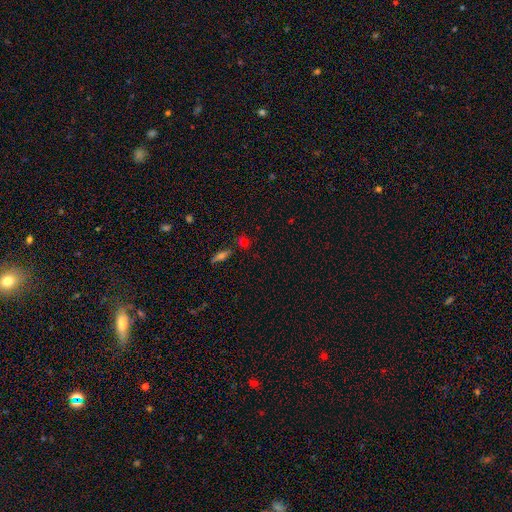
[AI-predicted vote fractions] This appears to be a smooth galaxy with no disk features (52%) that is round (55%). Merging: none (74%).